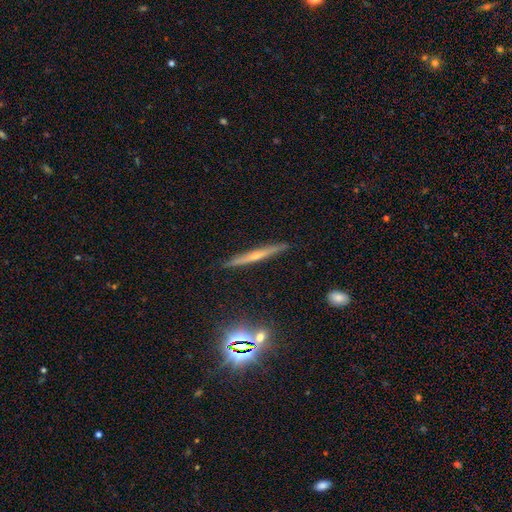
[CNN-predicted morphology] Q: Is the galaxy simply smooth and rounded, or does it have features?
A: featured or disk — 63%.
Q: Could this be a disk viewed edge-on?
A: yes — 97%.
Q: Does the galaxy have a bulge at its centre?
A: rounded — 69%.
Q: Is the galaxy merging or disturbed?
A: none — 89%.